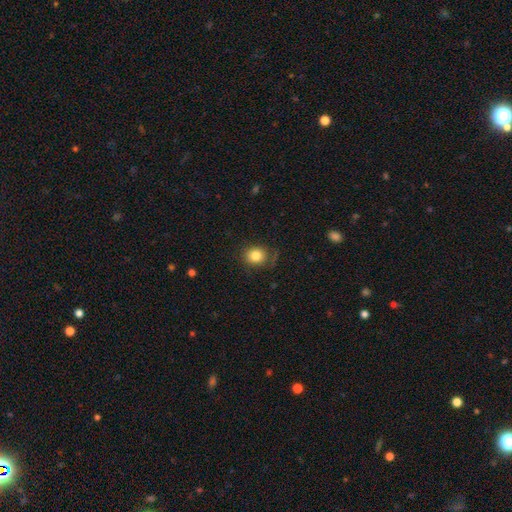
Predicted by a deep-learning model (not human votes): Smooth or featured?
  - smooth: 82% *
  - star or artifact: 10%
  - featured or disk: 8%
How rounded?
  - round: 73% *
  - in between: 26%
  - cigar-shaped: 1%
Merging?
  - none: 76% *
  - minor disturbance: 16%
  - major disturbance: 6%
  - merger: 1%